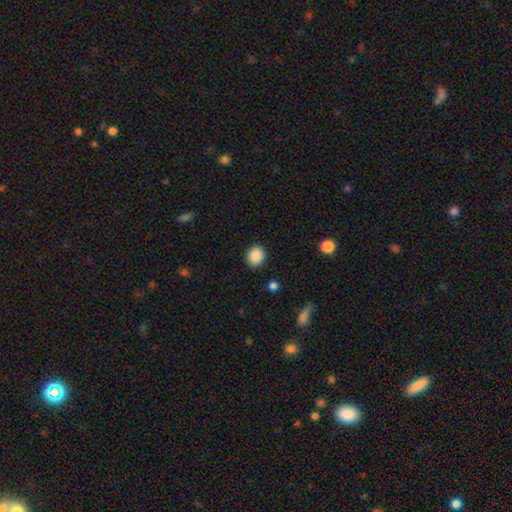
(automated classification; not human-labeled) Smooth or featured? smooth (88%)
How rounded? round (84%)
Merging? none (90%)